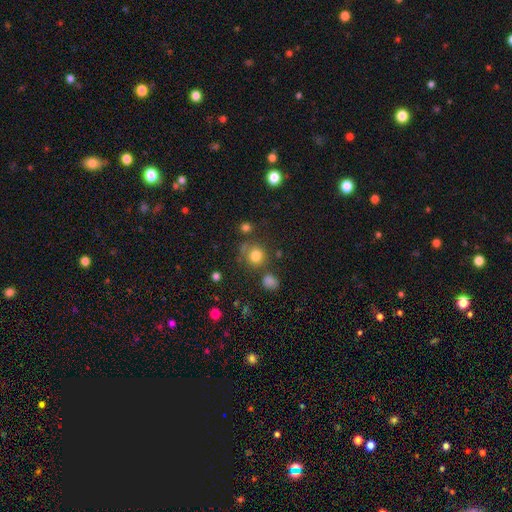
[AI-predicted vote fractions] smooth 79%, star or artifact 14%, featured or disk 7%. Down the decision tree: how rounded — round (88%); merging — none (72%).